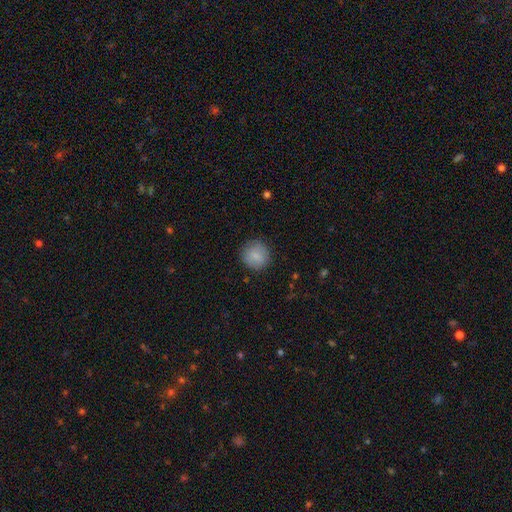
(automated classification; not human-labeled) Smooth or featured? Predicted: smooth (p=0.85). How rounded? Predicted: round (p=0.91). Merging? Predicted: none (p=0.86).